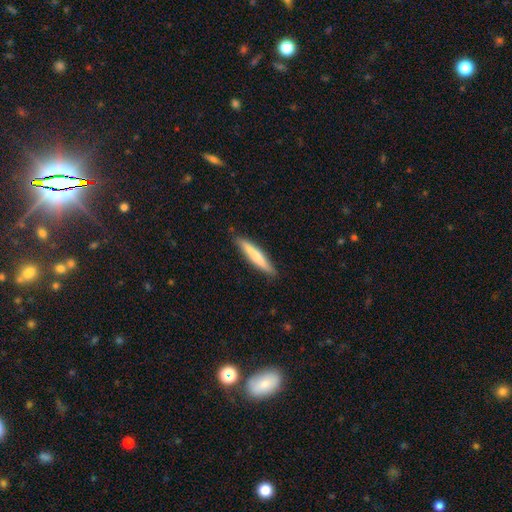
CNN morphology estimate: A smooth galaxy with no disk features (66%) that is cigar-shaped (92%).

Vote fractions:
- Smooth or featured? smooth: 66% / featured or disk: 29% / star or artifact: 5%
- How rounded? cigar-shaped: 92% / in between: 7% / round: 1%
- Merging? none: 87% / minor disturbance: 10% / major disturbance: 2% / merger: 1%